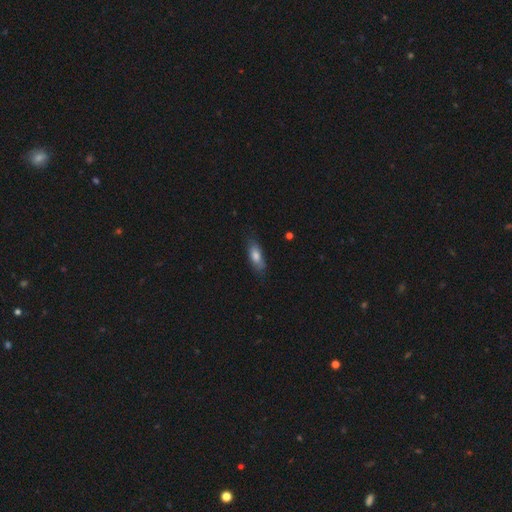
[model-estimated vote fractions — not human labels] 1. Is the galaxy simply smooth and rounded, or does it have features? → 74% smooth, 19% featured or disk, 7% star or artifact.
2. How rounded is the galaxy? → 64% in between, 33% cigar-shaped, 3% round.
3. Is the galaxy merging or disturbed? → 75% none, 20% minor disturbance, 4% major disturbance, 1% merger.